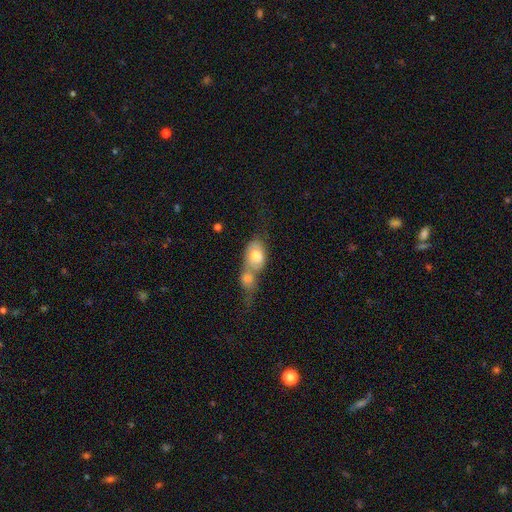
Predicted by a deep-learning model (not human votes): A smooth galaxy with no disk features (67%) that is in between round and cigar-shaped (72%).

Vote fractions:
- Smooth or featured? smooth: 67% / featured or disk: 25% / star or artifact: 7%
- How rounded? in between: 72% / round: 25% / cigar-shaped: 3%
- Merging? merger: 74% / none: 12% / major disturbance: 7% / minor disturbance: 7%